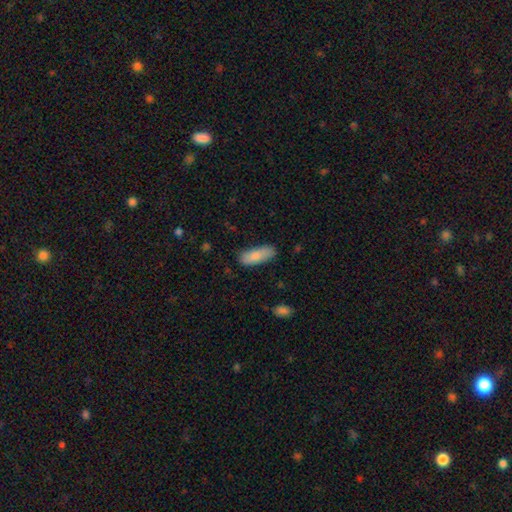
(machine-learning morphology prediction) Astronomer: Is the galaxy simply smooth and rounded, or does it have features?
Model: smooth — 85%.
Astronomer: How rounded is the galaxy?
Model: in between — 67%.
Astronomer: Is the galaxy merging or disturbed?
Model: none — 77%.